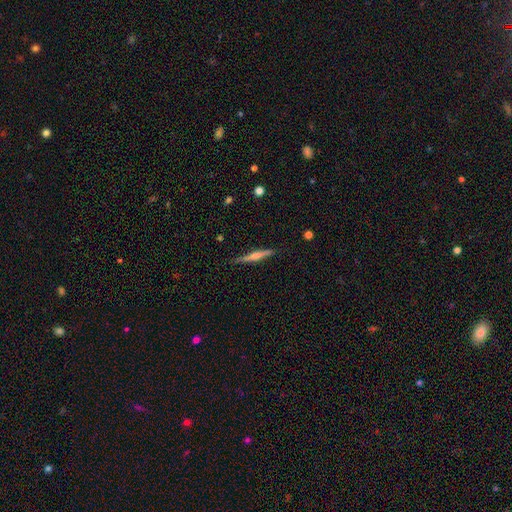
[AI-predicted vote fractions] This appears to be a featured or disk galaxy (72%) viewed edge-on (98%) with a rounded central bulge (80%). Merging: none (88%).